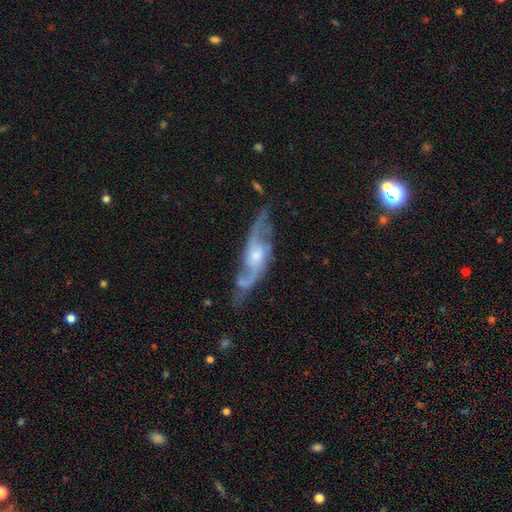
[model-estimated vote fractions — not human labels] This is clearly a featured or disk galaxy (86%). It is clearly not viewed edge-on (83%). Bar: possibly no (57%). Spiral arm pattern: clearly yes (95%). Spiral arm count: likely 2 (74%). Spiral winding: possibly medium (47%). Central bulge: possibly moderate (50%). Merging: likely none (67%).